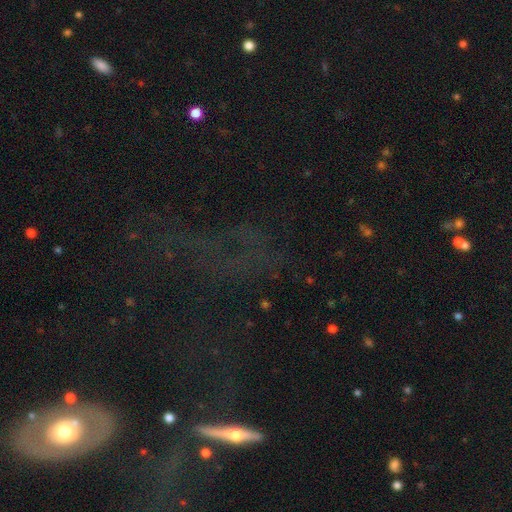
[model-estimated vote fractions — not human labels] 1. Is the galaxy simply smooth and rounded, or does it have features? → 45% star or artifact, 32% featured or disk, 24% smooth.